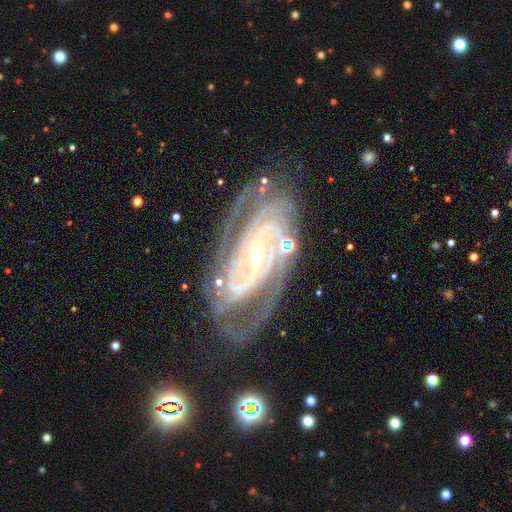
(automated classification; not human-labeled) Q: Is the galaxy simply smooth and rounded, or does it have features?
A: featured or disk — 92%.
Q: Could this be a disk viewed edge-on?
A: no — 96%.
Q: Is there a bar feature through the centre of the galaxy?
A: no — 35%.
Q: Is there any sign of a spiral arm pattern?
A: yes — 98%.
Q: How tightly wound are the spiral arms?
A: tight — 71%.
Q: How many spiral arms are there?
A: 2 — 31%.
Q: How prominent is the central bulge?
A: small — 66%.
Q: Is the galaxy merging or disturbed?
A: none — 73%.